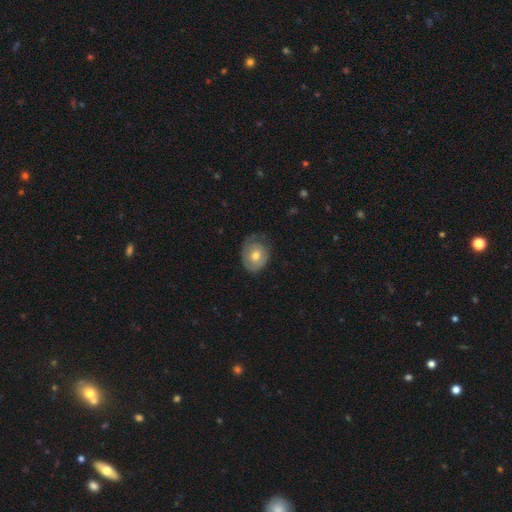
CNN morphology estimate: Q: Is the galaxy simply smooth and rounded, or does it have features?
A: smooth — 57%.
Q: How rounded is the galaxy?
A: round — 58%.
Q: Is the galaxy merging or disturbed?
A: none — 55%.